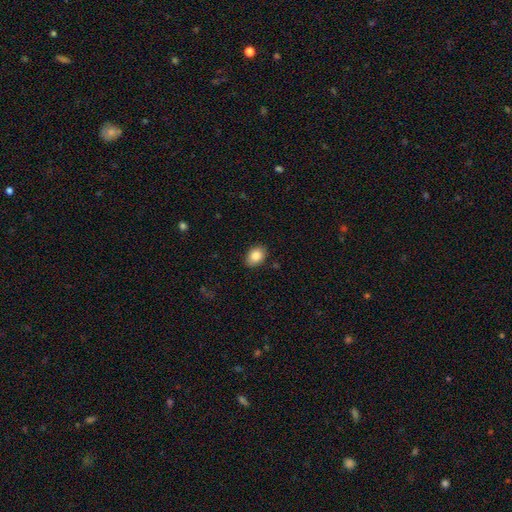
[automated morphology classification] A smooth galaxy with no disk features (86%) that is in between round and cigar-shaped (76%). Merging: none (87%).